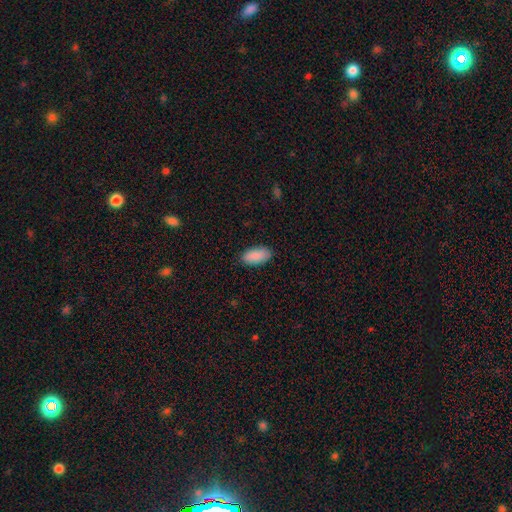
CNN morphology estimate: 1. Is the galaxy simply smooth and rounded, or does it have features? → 90% smooth, 6% star or artifact, 3% featured or disk.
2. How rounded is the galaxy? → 92% in between, 6% cigar-shaped, 2% round.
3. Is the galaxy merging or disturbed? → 88% none, 9% minor disturbance, 2% major disturbance, 1% merger.